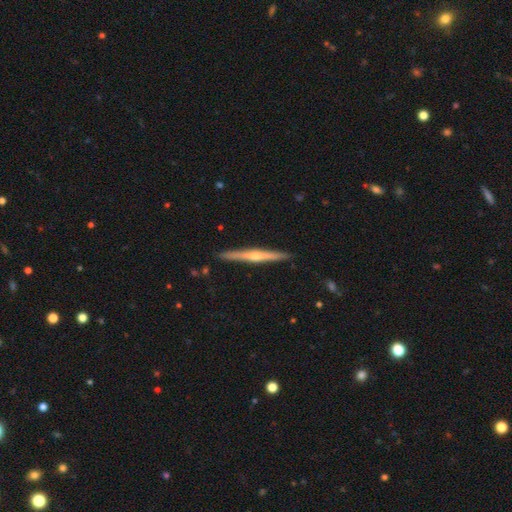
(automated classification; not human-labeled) This appears to be a featured or disk galaxy (69%) viewed edge-on (98%) with a rounded central bulge (75%). Merging: none (91%).